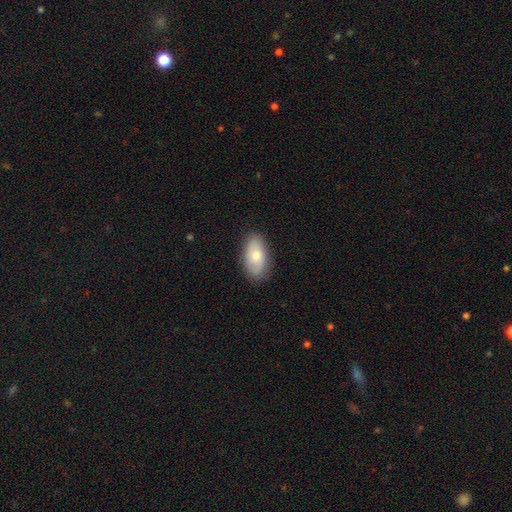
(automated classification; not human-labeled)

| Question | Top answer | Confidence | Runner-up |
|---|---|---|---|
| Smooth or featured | smooth | 74% | featured or disk (20%) |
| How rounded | in between | 93% | round (4%) |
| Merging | none | 84% | minor disturbance (13%) |